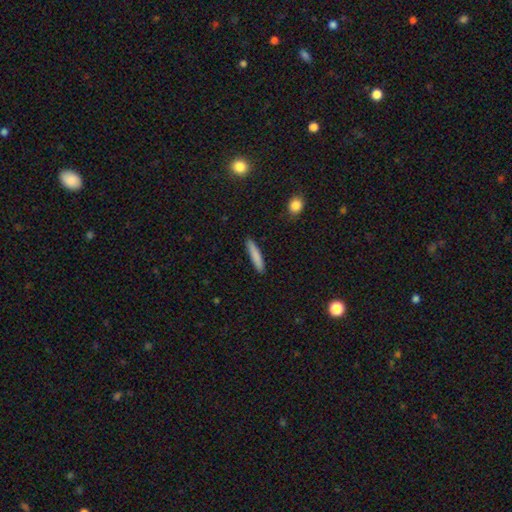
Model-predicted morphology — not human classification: smooth_or_featured: smooth (p=0.83) [alt: featured or disk p=0.11]
how_rounded: cigar-shaped (p=0.90) [alt: in between p=0.09]
merging: none (p=0.89) [alt: minor disturbance p=0.08]